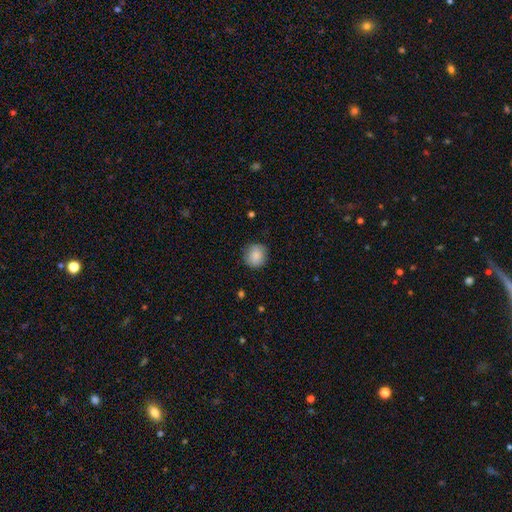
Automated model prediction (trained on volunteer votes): Morphology: type=smooth (86%); roundness=round (88%); merging=none (83%).